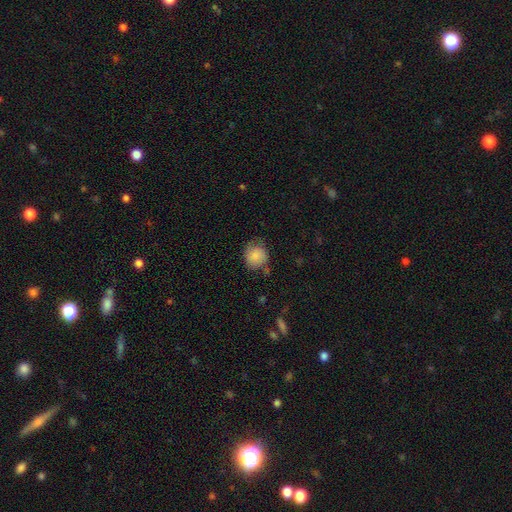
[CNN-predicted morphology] Smooth or featured?
  - smooth: 84% *
  - featured or disk: 9%
  - star or artifact: 8%
How rounded?
  - round: 75% *
  - in between: 24%
  - cigar-shaped: 1%
Merging?
  - none: 61% *
  - minor disturbance: 28%
  - major disturbance: 8%
  - merger: 3%